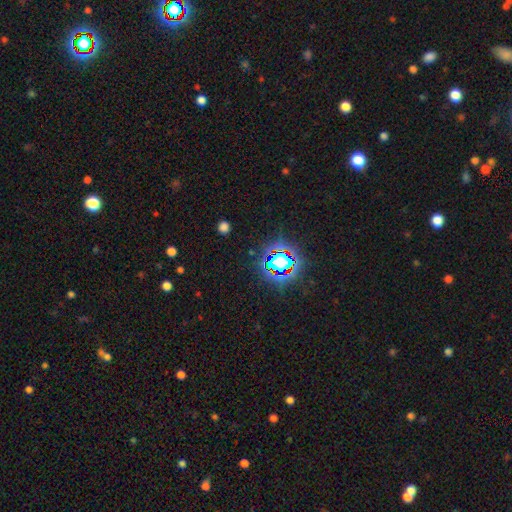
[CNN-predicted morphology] Q: Smooth or featured?
A: star or artifact (82%); runner-up: smooth (11%)